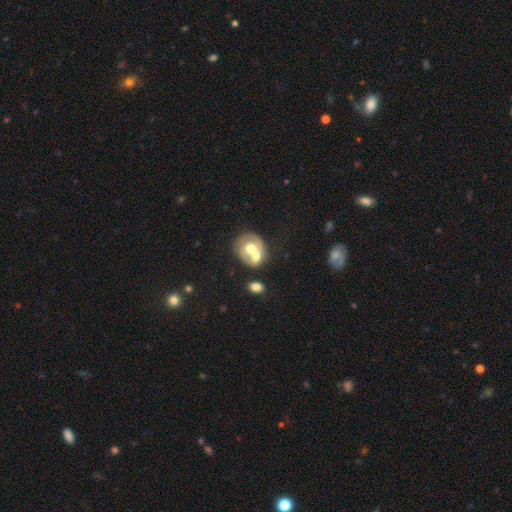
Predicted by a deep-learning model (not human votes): The model was most divided on "smooth or featured": featured or disk: 50%, smooth: 44%, star or artifact: 6%. More confident: merging — merger (60%).